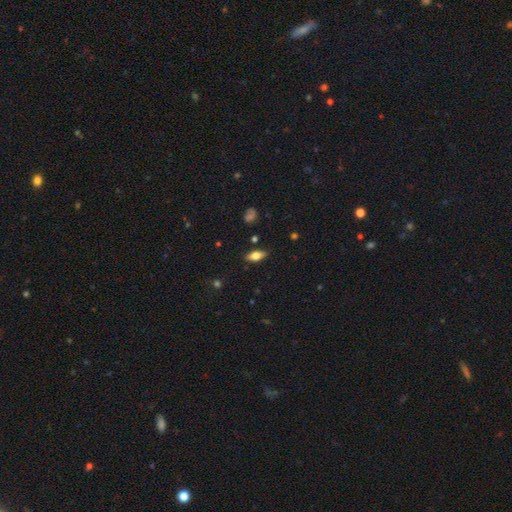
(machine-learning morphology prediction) The model was most divided on "smooth or featured": smooth: 67%, featured or disk: 25%, star or artifact: 8%. More confident: merging — none (86%); how rounded — in between (79%).